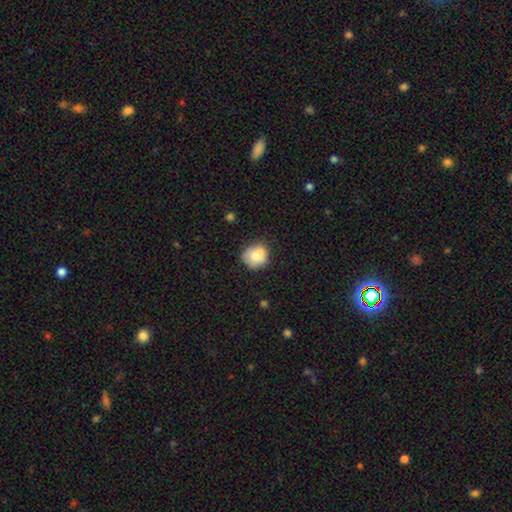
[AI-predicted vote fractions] A smooth galaxy with no disk features (74%) that is round (78%). Merging: none (62%).